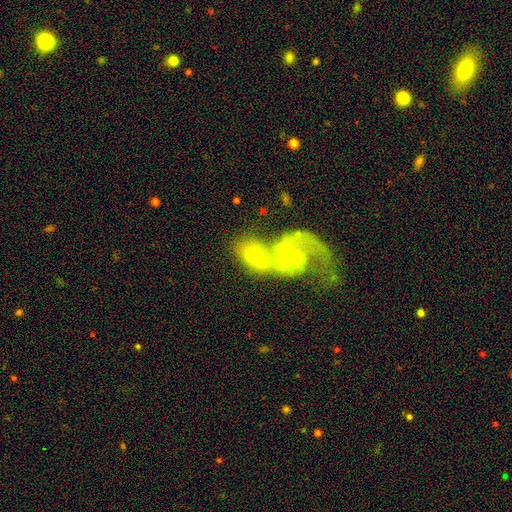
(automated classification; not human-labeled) Smooth or featured? featured or disk (54%)
Edge-on disk? no (94%)
Bar? weak (42%)
Spiral arms? yes (62%)
Bulge size? moderate (40%)
Merging? merger (54%)